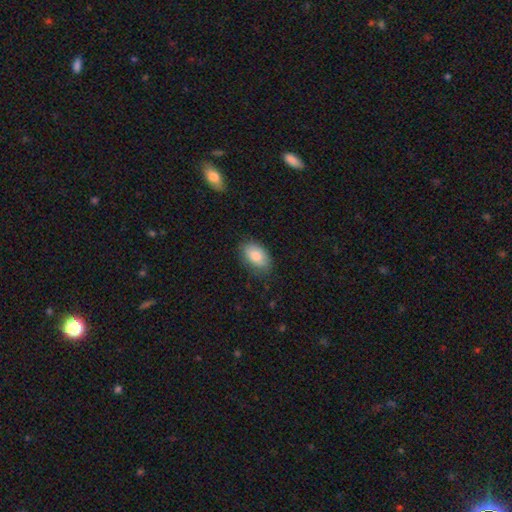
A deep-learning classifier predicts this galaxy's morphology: A smooth galaxy with no disk features (84%) that is in between round and cigar-shaped (92%).

Vote fractions:
- Smooth or featured? smooth: 84% / featured or disk: 9% / star or artifact: 7%
- How rounded? in between: 92% / round: 6% / cigar-shaped: 2%
- Merging? none: 78% / minor disturbance: 17% / major disturbance: 4% / merger: 1%